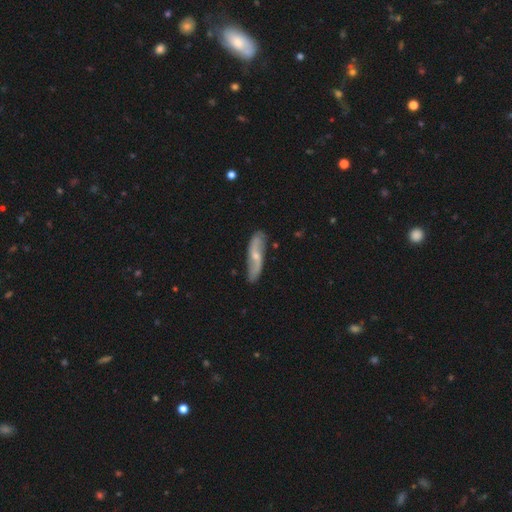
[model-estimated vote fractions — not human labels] This is likely a featured or disk galaxy (68%). It is likely not viewed edge-on (78%). Bar: possibly no (52%). Spiral arm pattern: clearly yes (89%). Central bulge: possibly small (60%). Merging: likely none (78%).